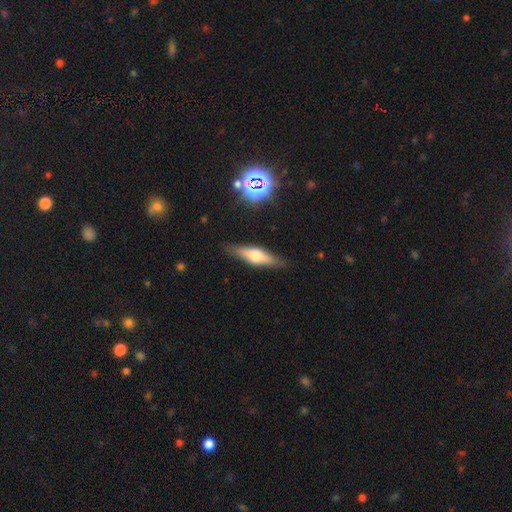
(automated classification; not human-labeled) featured or disk 51%, smooth 40%, star or artifact 9%. Down the decision tree: edge-on disk — yes (90%); merging — none (85%).